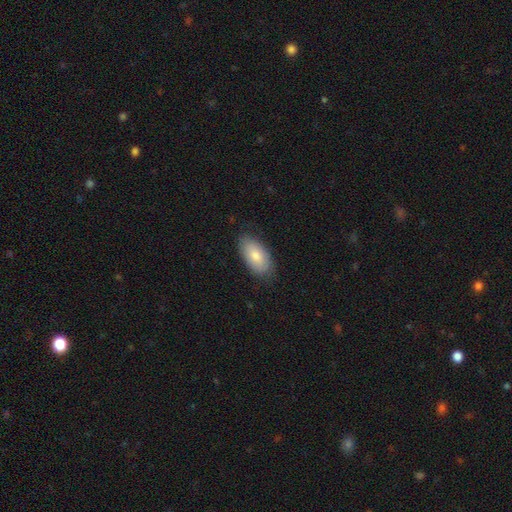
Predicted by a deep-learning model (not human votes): The model was most divided on "smooth or featured": smooth: 78%, featured or disk: 16%, star or artifact: 6%. More confident: how rounded — in between (94%); merging — none (81%).